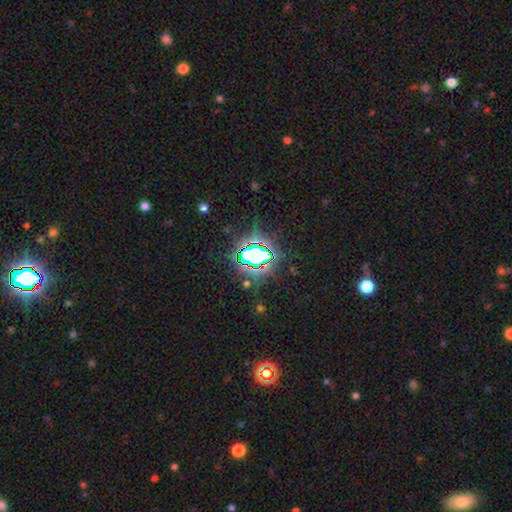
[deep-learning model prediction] Overall: star or artifact (72%).